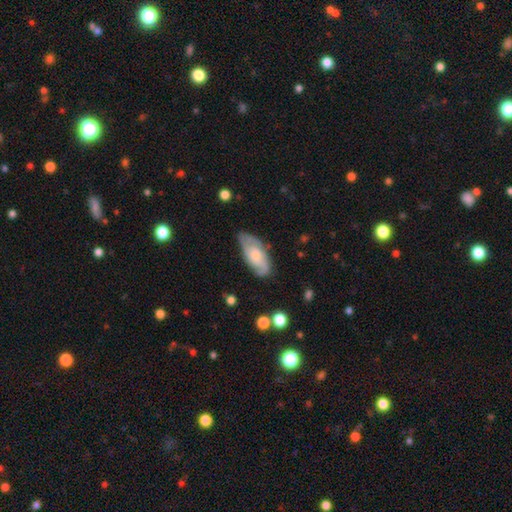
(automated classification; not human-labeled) Smooth or featured? featured or disk (60%)
Edge-on disk? no (91%)
Bar? no (70%)
Spiral arms? yes (86%)
Bulge size? small (46%)
Merging? none (68%)